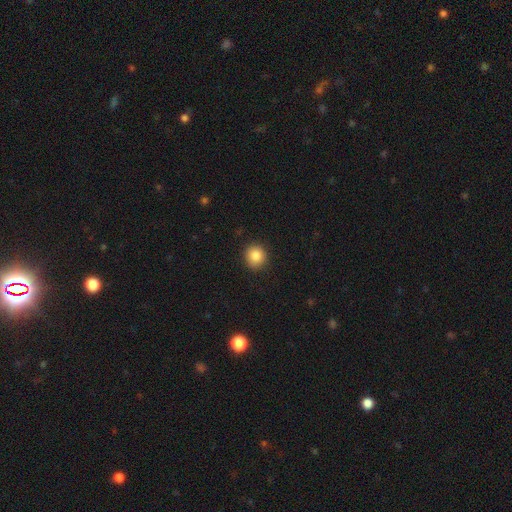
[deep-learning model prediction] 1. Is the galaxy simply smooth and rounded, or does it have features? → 84% smooth, 10% star or artifact, 6% featured or disk.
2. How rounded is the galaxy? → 89% round, 10% in between, 1% cigar-shaped.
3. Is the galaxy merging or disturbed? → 90% none, 7% minor disturbance, 2% major disturbance, 1% merger.